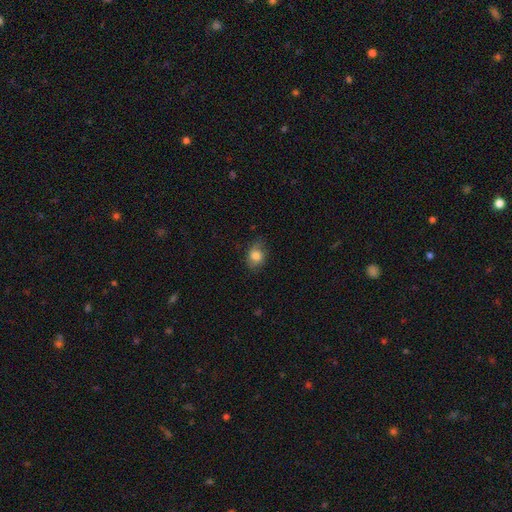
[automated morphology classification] smooth 81%, featured or disk 10%, star or artifact 9%. Down the decision tree: how rounded — in between (61%); merging — none (71%).